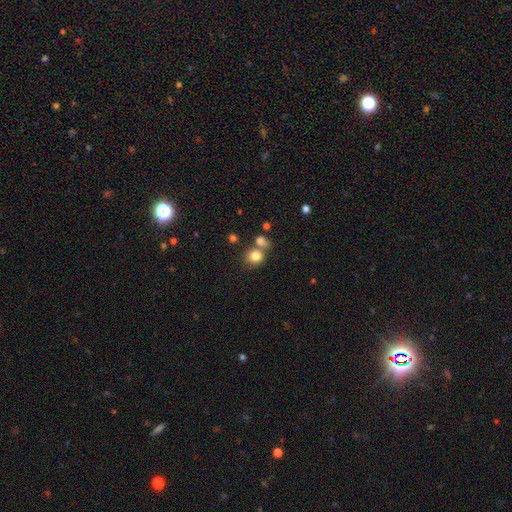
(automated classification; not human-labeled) Overall: smooth (81%). How rounded: round (75%). Merging: none (52%; merger 33%).